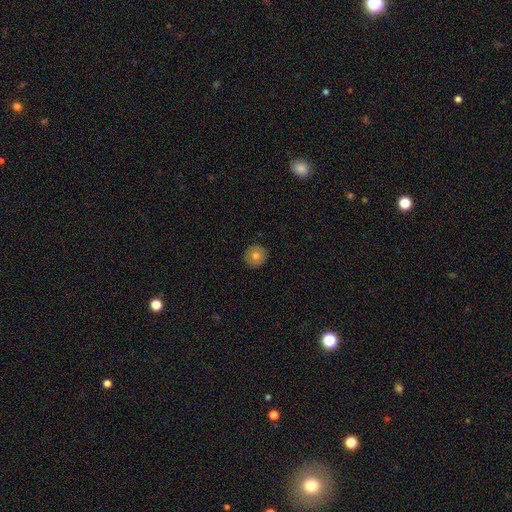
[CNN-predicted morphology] Smooth or featured? Predicted: smooth (p=0.74). How rounded? Predicted: round (p=0.94). Merging? Predicted: none (p=0.91).